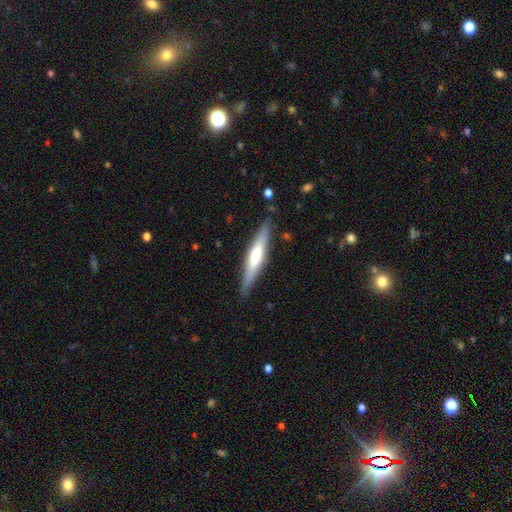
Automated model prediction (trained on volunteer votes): Morphology: type=featured or disk (53%); edge-on=yes (94%); merging=none (86%).